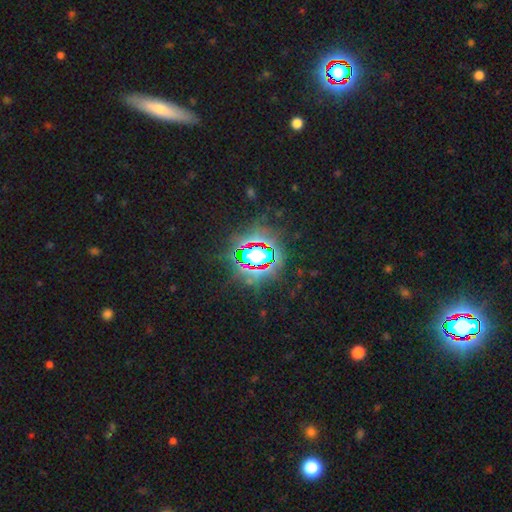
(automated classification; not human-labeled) Overall: star or artifact (77%).